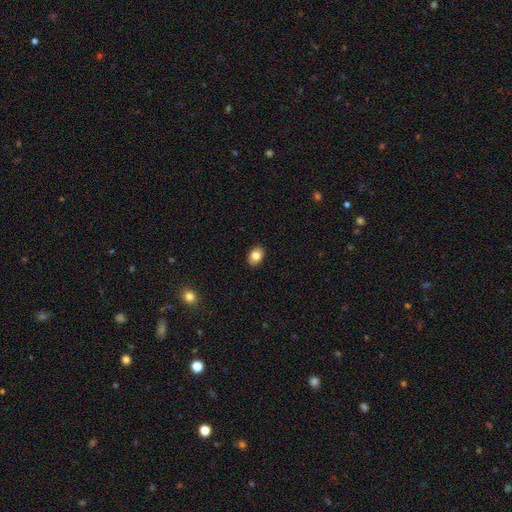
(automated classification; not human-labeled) Overall: smooth (83%). How rounded: in between (75%). Merging: none (89%).